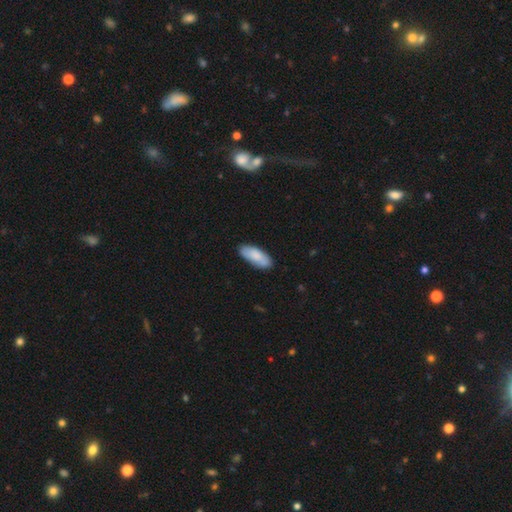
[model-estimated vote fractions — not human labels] A smooth galaxy with no disk features (81%) that is in between round and cigar-shaped (79%). Merging: none (81%).